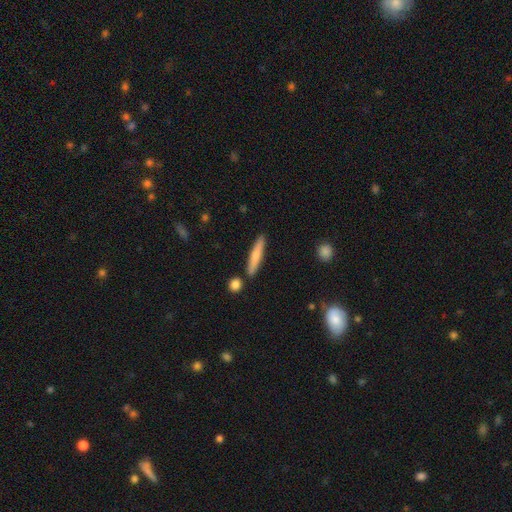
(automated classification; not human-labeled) smooth-or-featured: smooth: 68% | featured or disk: 27% | star or artifact: 6%
  how-rounded: cigar-shaped: 91% | in between: 8% | round: 2%
  merging: none: 85% | minor disturbance: 9% | merger: 4% | major disturbance: 2%